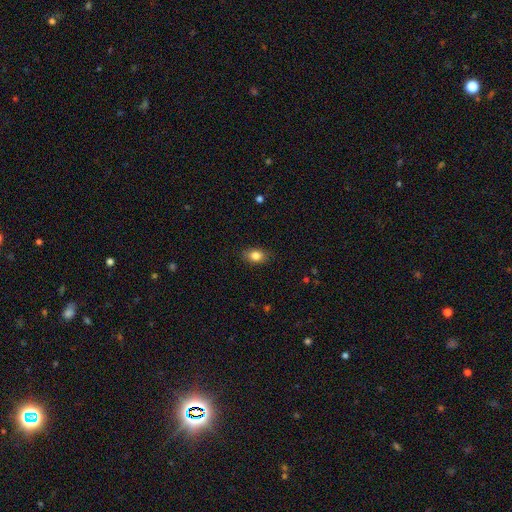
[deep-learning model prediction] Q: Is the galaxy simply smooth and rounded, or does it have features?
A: smooth — 84%.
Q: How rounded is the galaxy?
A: in between — 78%.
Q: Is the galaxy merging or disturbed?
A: none — 86%.